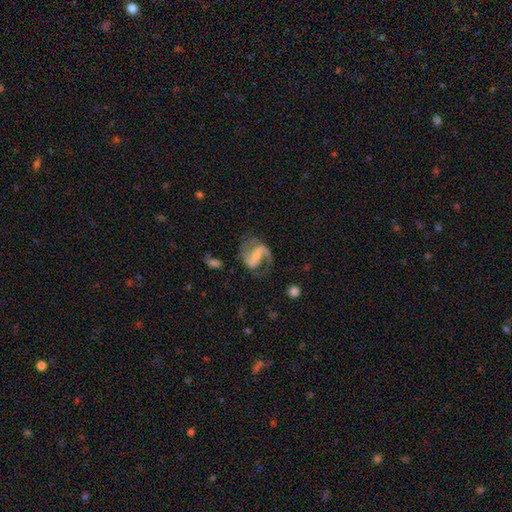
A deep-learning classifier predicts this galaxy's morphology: This appears to be a featured or disk galaxy (86%) with a strong bar (43%), 2 (87%) medium (48%) spiral arms (96%) and a small central bulge (55%). Merging: none (62%).